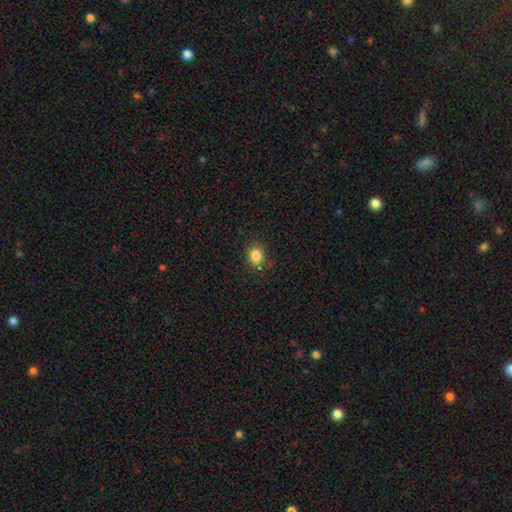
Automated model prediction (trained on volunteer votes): Smooth or featured? smooth (83%)
How rounded? round (73%)
Merging? none (86%)